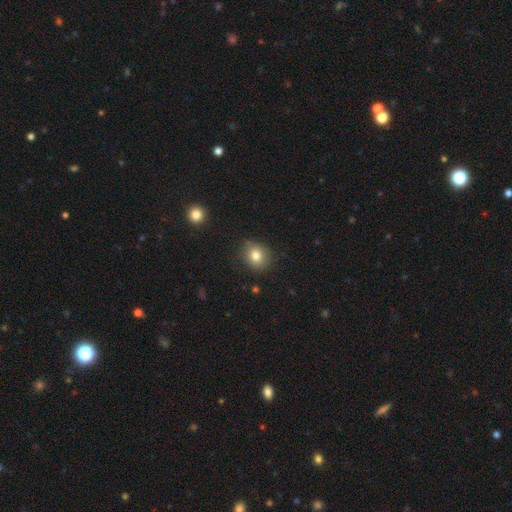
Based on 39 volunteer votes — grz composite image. It shows a smooth galaxy with no disk features (87%) that is round (94%). Merging: none (75%).